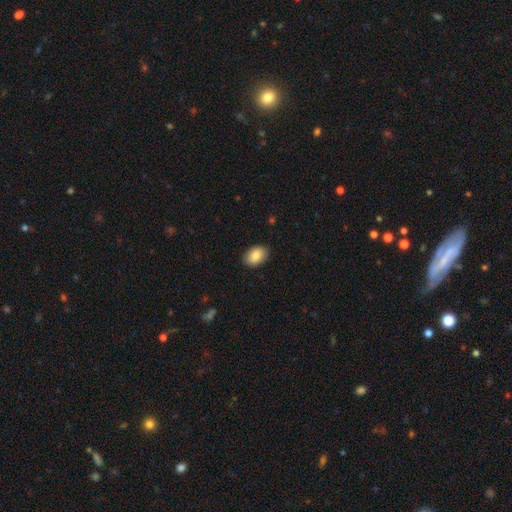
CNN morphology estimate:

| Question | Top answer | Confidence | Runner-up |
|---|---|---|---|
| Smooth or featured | smooth | 85% | featured or disk (8%) |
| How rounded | in between | 84% | round (15%) |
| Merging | none | 88% | minor disturbance (9%) |